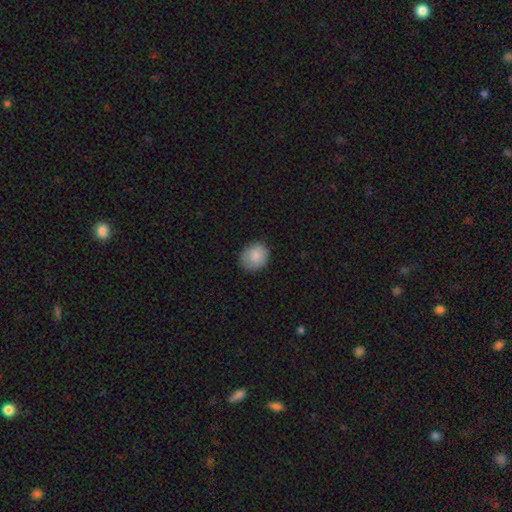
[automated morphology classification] smooth-or-featured: smooth: 86% | star or artifact: 7% | featured or disk: 7%
  how-rounded: round: 75% | in between: 25% | cigar-shaped: 1%
  merging: none: 84% | minor disturbance: 12% | major disturbance: 3% | merger: 1%